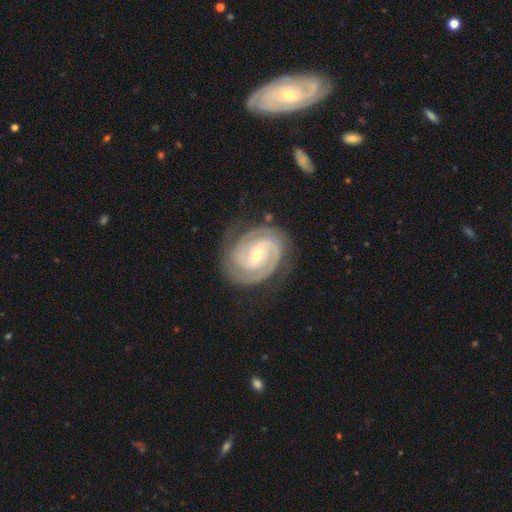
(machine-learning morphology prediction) smooth-or-featured: featured or disk: 91% | star or artifact: 4% | smooth: 4%
  disk-edge-on: no: 98% | yes: 2%
    bar: weak: 45% | strong: 34% | no: 21%
    has-spiral-arms: yes: 98% | no: 2%
      spiral-winding: tight: 72% | medium: 25% | loose: 3%
      spiral-arm-count: 2: 72% | 3: 14% | can't tell: 6% | 4: 3% | 1: 2% | more than 4: 2%
    bulge-size: small: 65% | moderate: 31% | none: 2% | large: 1% | dominant: 1%
  merging: none: 79% | minor disturbance: 15% | major disturbance: 5% | merger: 1%